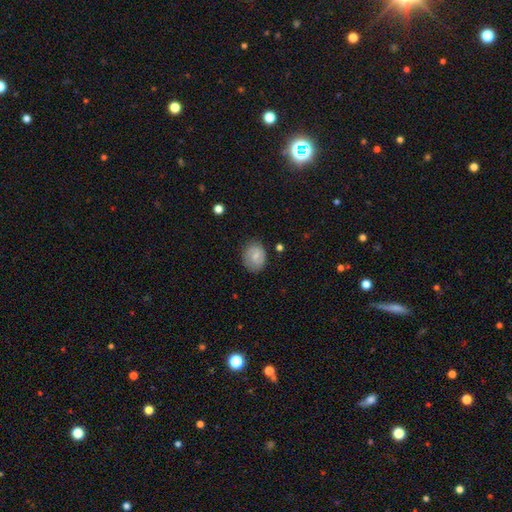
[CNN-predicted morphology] This appears to be a smooth galaxy with no disk features (69%) that is in between round and cigar-shaped (50%). Merging: none (76%).